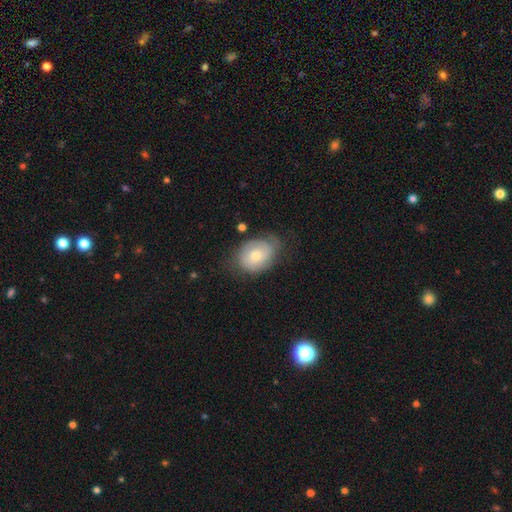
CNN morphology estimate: Smooth or featured: smooth — 51% (featured or disk — 40%)
How rounded: in between — 65% (round — 34%)
Merging: none — 64% (minor disturbance — 26%)